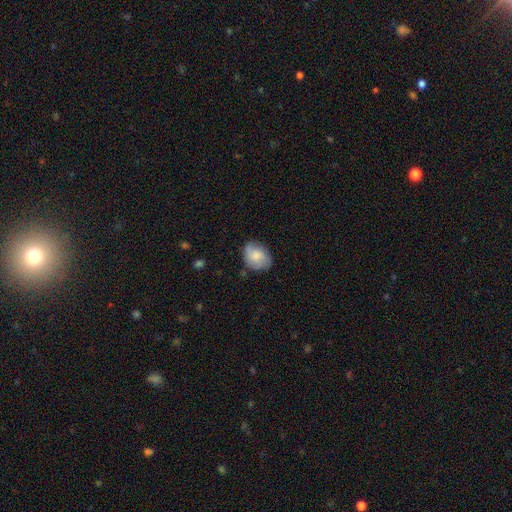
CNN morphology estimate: A smooth galaxy with no disk features (69%) that is in between round and cigar-shaped (57%). Merging: none (67%).